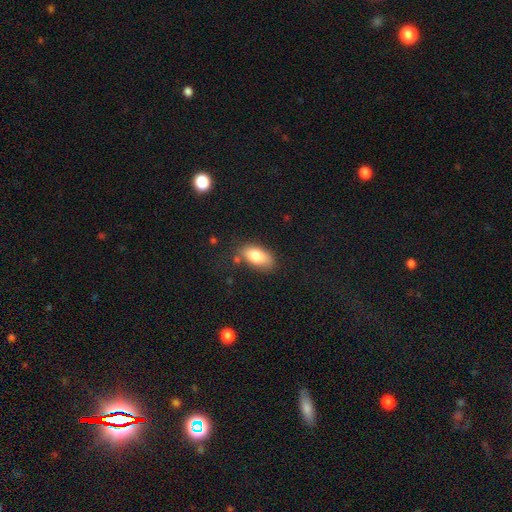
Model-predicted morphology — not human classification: smooth_or_featured: smooth (p=0.80) [alt: featured or disk p=0.13]
how_rounded: in between (p=0.91) [alt: cigar-shaped p=0.04]
merging: none (p=0.69) [alt: minor disturbance p=0.21]